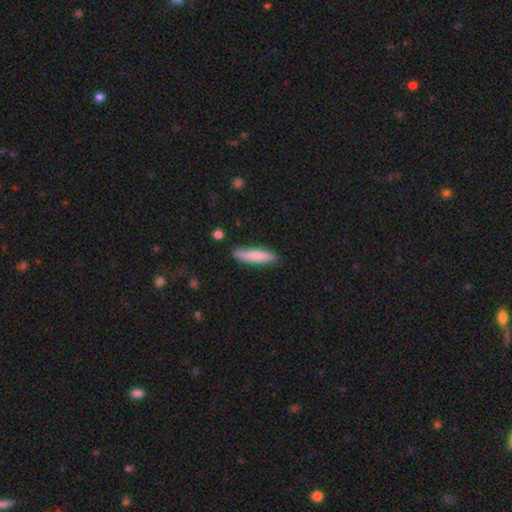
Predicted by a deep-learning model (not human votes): Overall: smooth (79%). How rounded: cigar-shaped (71%). Merging: none (84%).